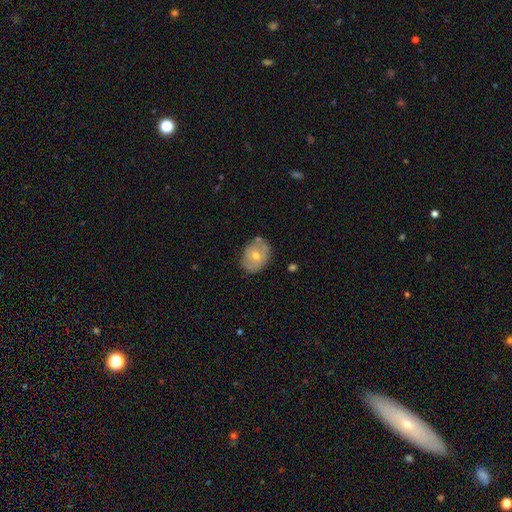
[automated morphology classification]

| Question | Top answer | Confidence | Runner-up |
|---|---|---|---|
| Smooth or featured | smooth | 49% | featured or disk (42%) |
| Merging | none | 74% | minor disturbance (19%) |